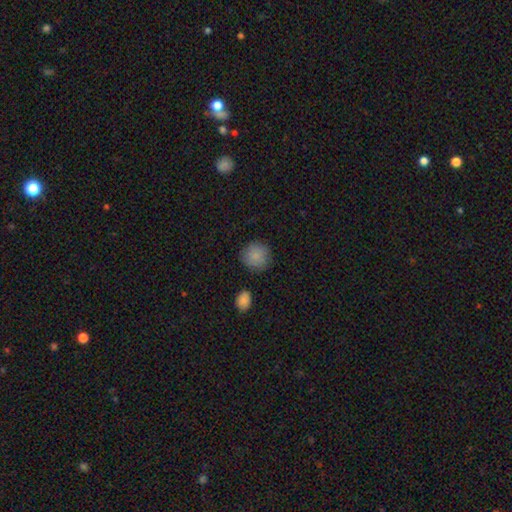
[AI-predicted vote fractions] This appears to be a smooth galaxy with no disk features (86%) that is round (92%). Merging: none (84%).